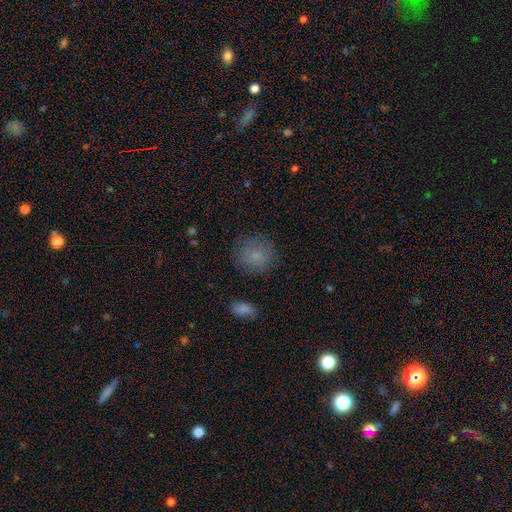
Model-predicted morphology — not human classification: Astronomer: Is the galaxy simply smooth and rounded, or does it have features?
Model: smooth — 79%.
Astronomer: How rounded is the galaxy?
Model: round — 88%.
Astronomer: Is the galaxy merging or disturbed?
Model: none — 80%.